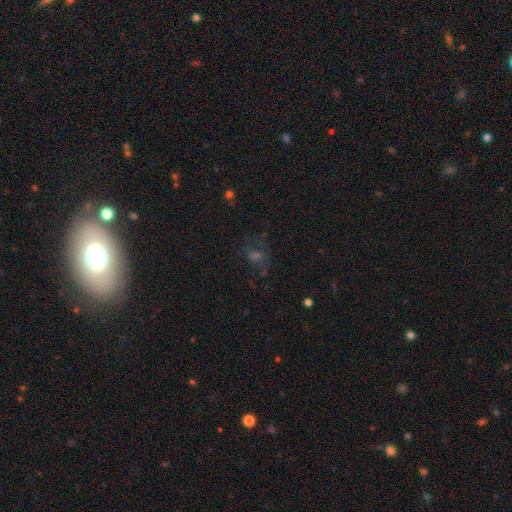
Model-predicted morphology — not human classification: smooth_or_featured: star or artifact (p=0.36) [alt: featured or disk p=0.35]